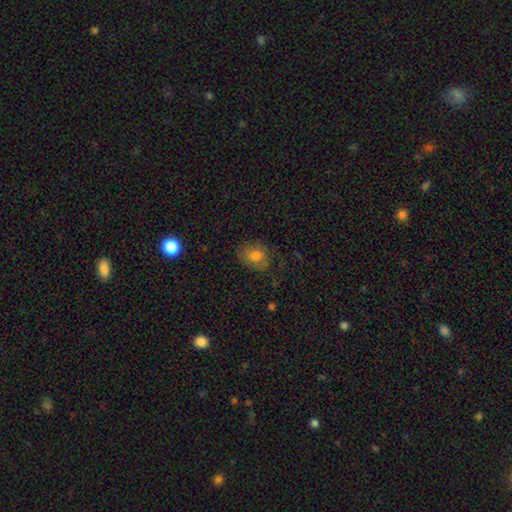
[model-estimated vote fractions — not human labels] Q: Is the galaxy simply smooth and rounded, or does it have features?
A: smooth — 72%.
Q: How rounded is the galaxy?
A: in between — 62%.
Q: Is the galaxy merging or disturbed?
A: none — 68%.